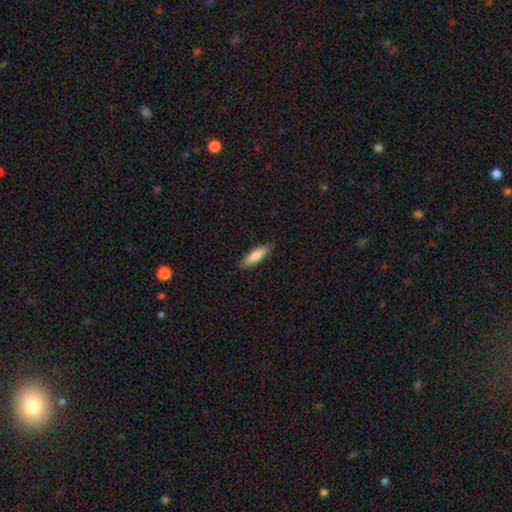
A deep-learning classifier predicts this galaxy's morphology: Q: Smooth or featured?
A: smooth (83%); runner-up: featured or disk (11%)
Q: How rounded?
A: cigar-shaped (56%); runner-up: in between (43%)
Q: Merging?
A: none (87%); runner-up: minor disturbance (10%)